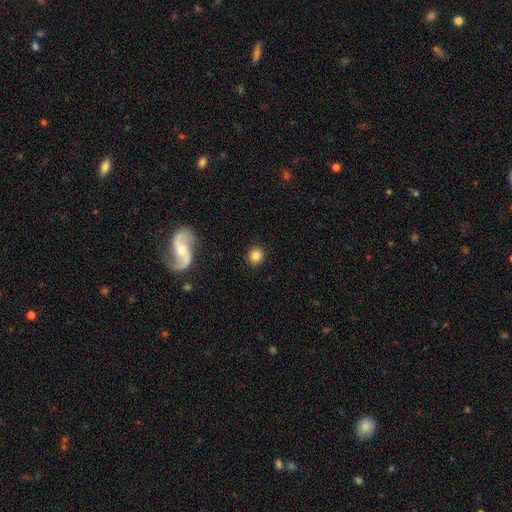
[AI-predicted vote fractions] A smooth galaxy with no disk features (83%) that is round (84%).

Vote fractions:
- Smooth or featured? smooth: 83% / star or artifact: 10% / featured or disk: 7%
- How rounded? round: 84% / in between: 15% / cigar-shaped: 1%
- Merging? none: 89% / minor disturbance: 7% / major disturbance: 2% / merger: 2%